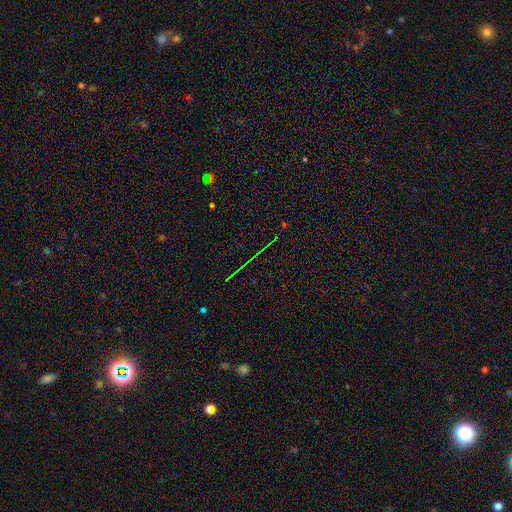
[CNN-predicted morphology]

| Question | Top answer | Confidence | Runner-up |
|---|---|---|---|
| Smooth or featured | star or artifact | 79% | smooth (12%) |